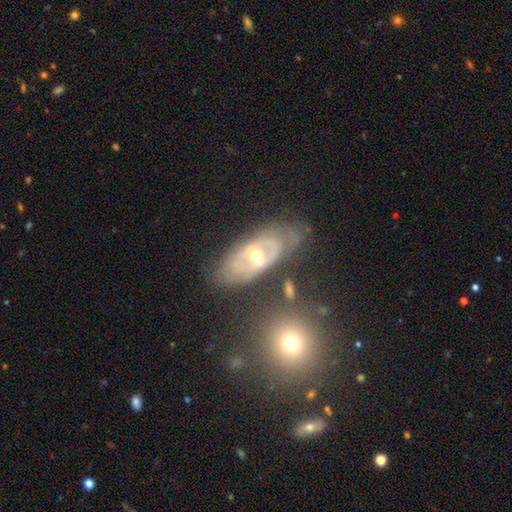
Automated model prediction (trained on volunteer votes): Q: Smooth or featured?
A: featured or disk (76%); runner-up: smooth (18%)
Q: Edge-on disk?
A: no (90%); runner-up: yes (10%)
Q: Bar?
A: no (70%); runner-up: weak (22%)
Q: Spiral arms?
A: yes (55%); runner-up: no (45%)
Q: Bulge size?
A: moderate (62%); runner-up: small (34%)
Q: Merging?
A: none (68%); runner-up: minor disturbance (19%)